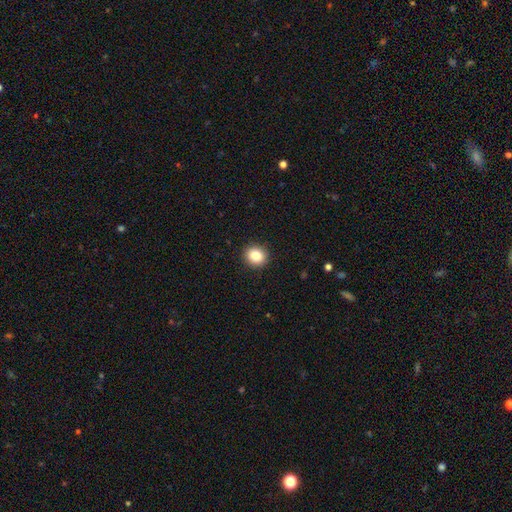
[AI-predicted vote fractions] Smooth or featured?
  - smooth: 83% *
  - star or artifact: 10%
  - featured or disk: 7%
How rounded?
  - round: 86% *
  - in between: 14%
  - cigar-shaped: 1%
Merging?
  - none: 92% *
  - minor disturbance: 5%
  - major disturbance: 2%
  - merger: 1%